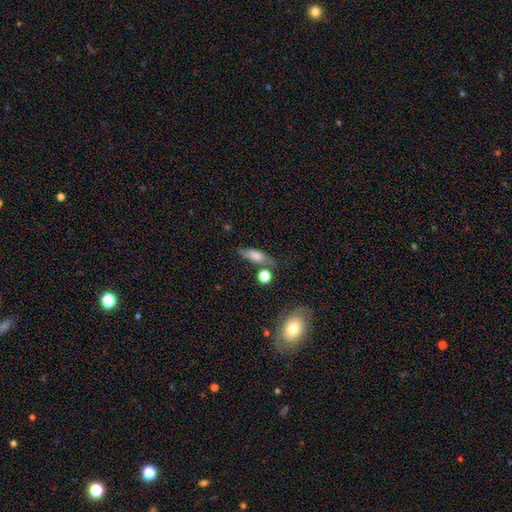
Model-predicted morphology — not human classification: This appears to be a smooth galaxy with no disk features (66%) that is in between round and cigar-shaped (51%). Merging: none (65%).